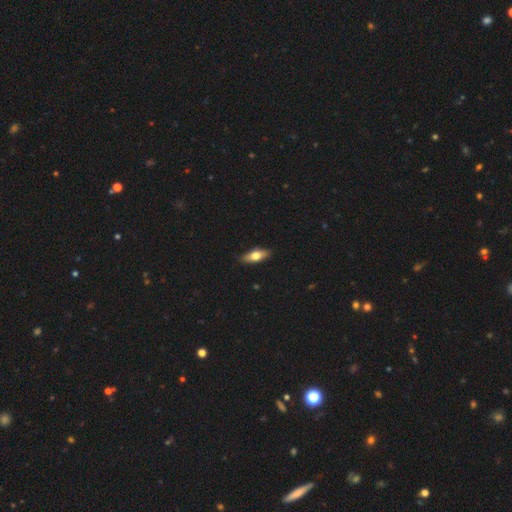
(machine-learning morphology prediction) smooth_or_featured: smooth (p=0.60) [alt: featured or disk p=0.34]
how_rounded: in between (p=0.65) [alt: cigar-shaped p=0.31]
merging: none (p=0.87) [alt: minor disturbance p=0.10]